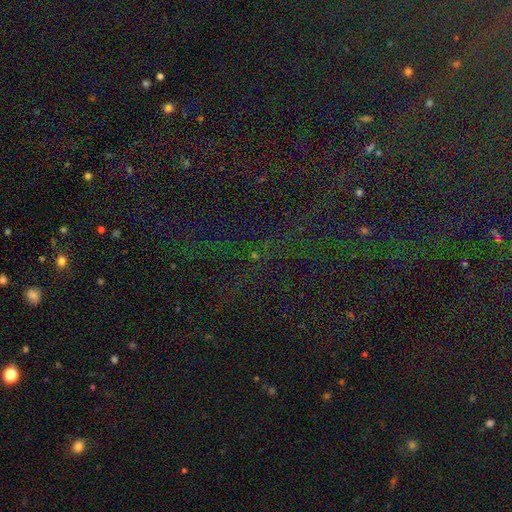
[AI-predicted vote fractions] Smooth or featured? star or artifact (81%)